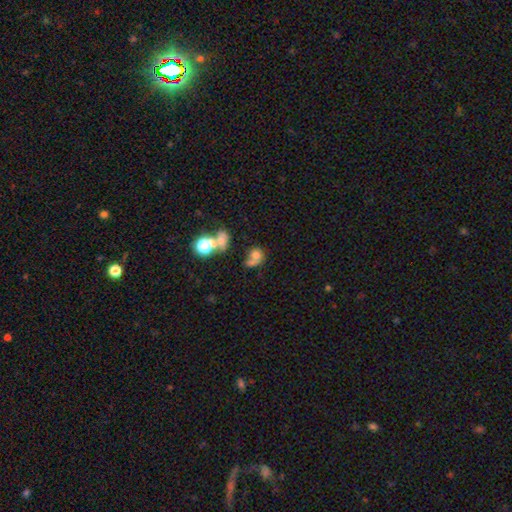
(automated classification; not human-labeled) Morphology: type=smooth (62%); roundness=round (62%); merging=merger (44%).